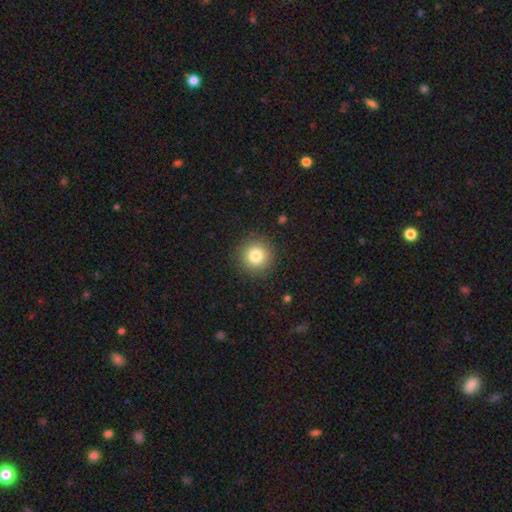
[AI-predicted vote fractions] Smooth or featured? Predicted: smooth (p=0.82). How rounded? Predicted: round (p=0.94). Merging? Predicted: none (p=0.90).